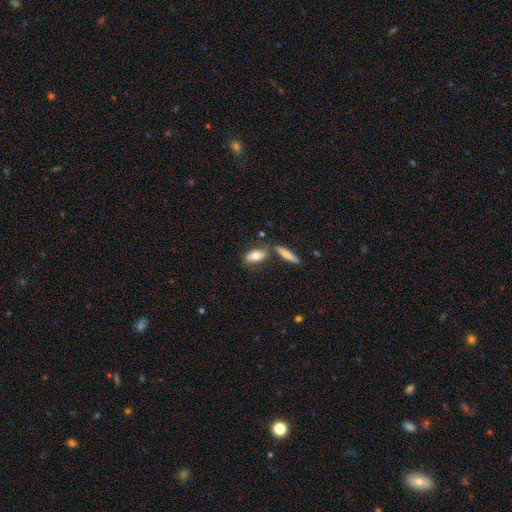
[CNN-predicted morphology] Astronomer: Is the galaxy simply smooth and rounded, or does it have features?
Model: smooth — 72%.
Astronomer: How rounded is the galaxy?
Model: in between — 80%.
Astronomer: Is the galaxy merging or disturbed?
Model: none — 62%.